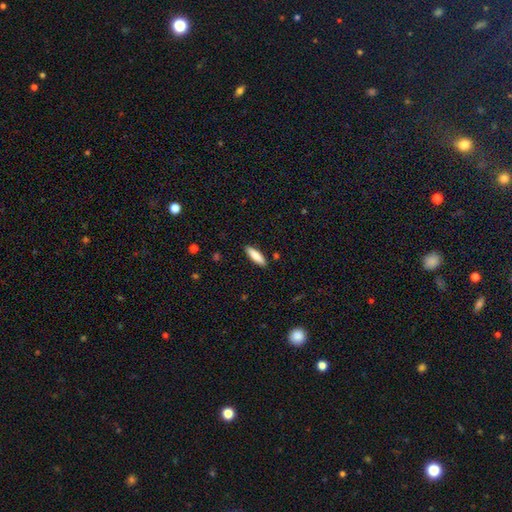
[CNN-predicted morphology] Overall: smooth (82%). How rounded: cigar-shaped (59%; in between 39%). Merging: none (89%).